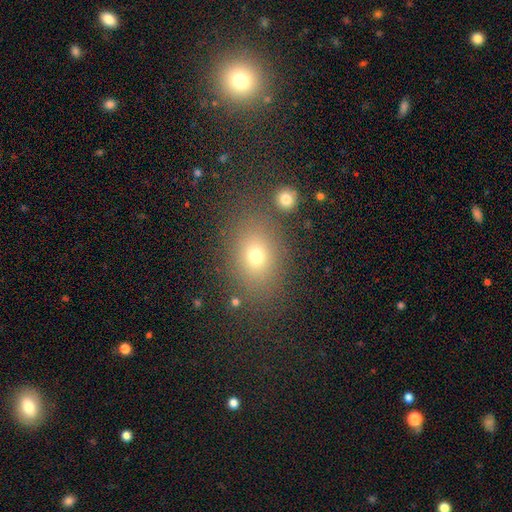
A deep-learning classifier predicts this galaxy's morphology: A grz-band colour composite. It shows a smooth galaxy with no disk features (71%) that is in between round and cigar-shaped (66%). Merging: none (79%).